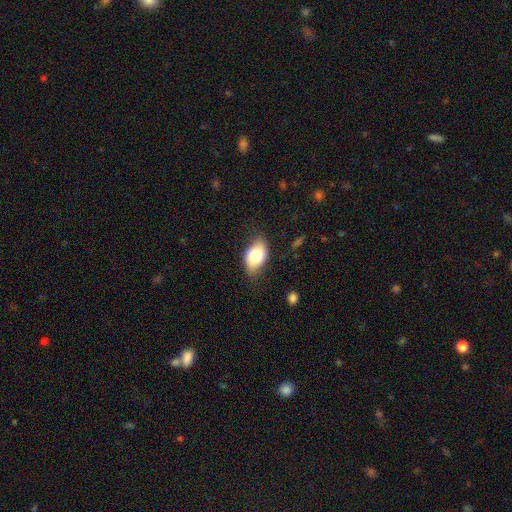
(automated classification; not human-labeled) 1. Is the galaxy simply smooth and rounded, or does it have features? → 77% smooth, 16% featured or disk, 7% star or artifact.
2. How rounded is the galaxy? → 89% in between, 10% round, 2% cigar-shaped.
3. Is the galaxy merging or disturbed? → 69% none, 23% minor disturbance, 6% major disturbance, 1% merger.